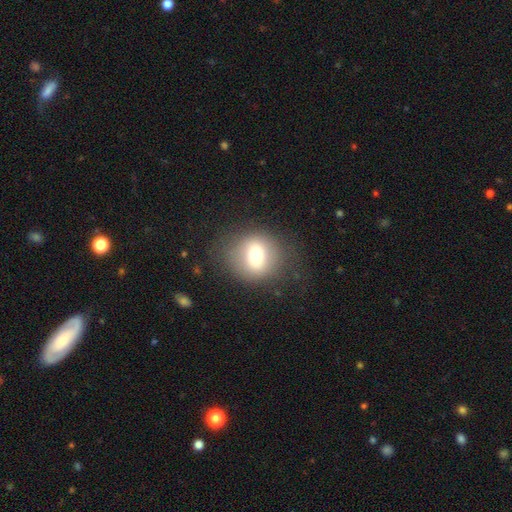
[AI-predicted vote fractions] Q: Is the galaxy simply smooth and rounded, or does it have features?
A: smooth — 67%.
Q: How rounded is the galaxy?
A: round — 82%.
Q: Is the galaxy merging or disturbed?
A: none — 79%.